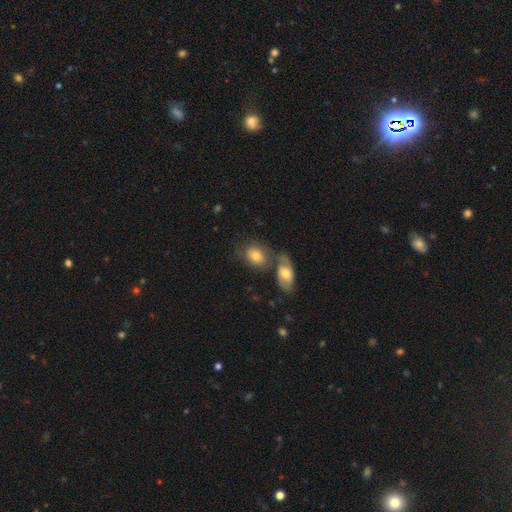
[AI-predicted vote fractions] Smooth or featured? smooth (73%)
How rounded? in between (68%)
Merging? merger (45%)